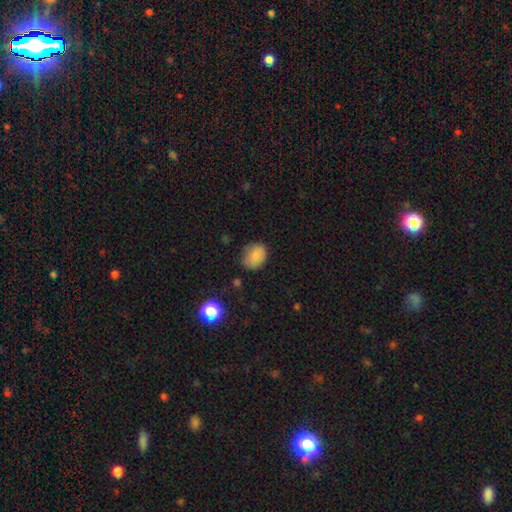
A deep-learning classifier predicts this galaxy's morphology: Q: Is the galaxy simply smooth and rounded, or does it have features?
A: smooth — 84%.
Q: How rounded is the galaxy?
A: round — 53%.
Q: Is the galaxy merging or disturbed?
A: none — 70%.